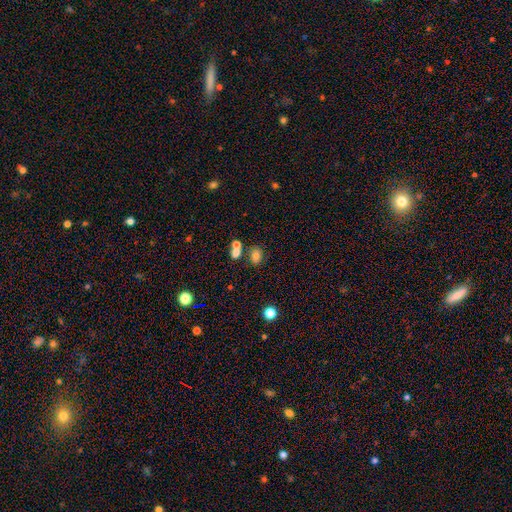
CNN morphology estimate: Overall: smooth (77%). How rounded: in between (73%). Merging: none (61%; merger 23%).